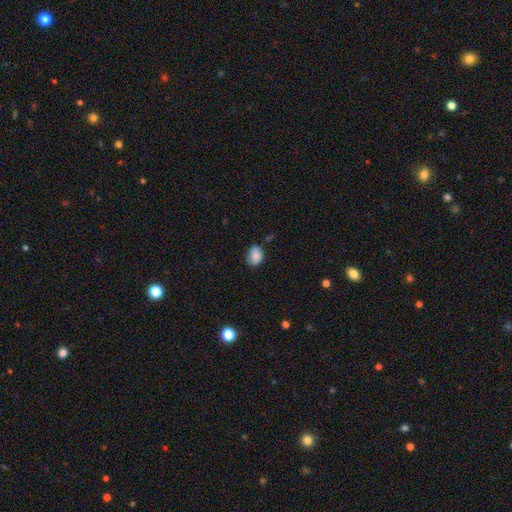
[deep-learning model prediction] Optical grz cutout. It shows a smooth galaxy with no disk features (86%) that is in between round and cigar-shaped (65%). Merging: none (75%).